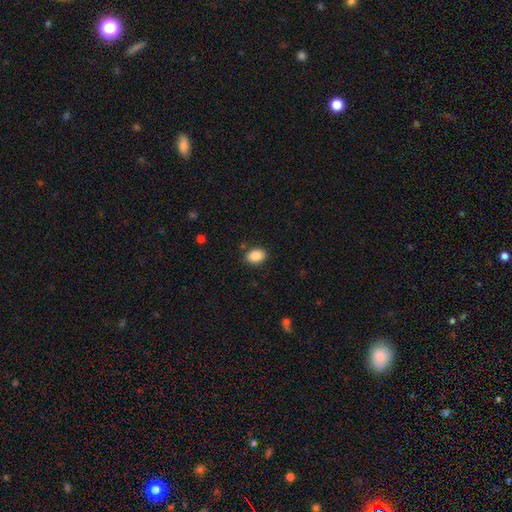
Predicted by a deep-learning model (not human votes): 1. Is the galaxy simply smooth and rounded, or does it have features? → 88% smooth, 8% star or artifact, 4% featured or disk.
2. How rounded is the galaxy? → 74% in between, 25% round, 1% cigar-shaped.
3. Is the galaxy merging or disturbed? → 85% none, 10% minor disturbance, 3% major disturbance, 2% merger.